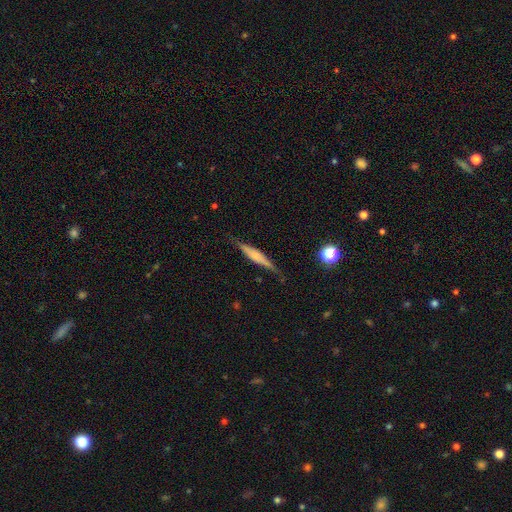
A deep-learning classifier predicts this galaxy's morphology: A featured or disk galaxy (57%) viewed edge-on (95%) with a rounded central bulge (54%). Merging: none (79%).